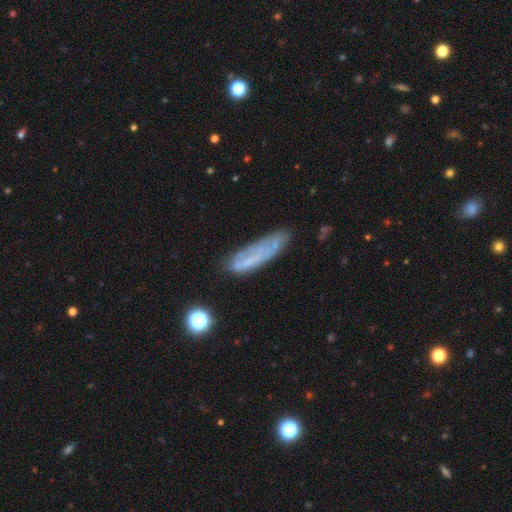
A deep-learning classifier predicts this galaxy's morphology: smooth_or_featured: smooth (p=0.47) [alt: featured or disk p=0.41]
merging: none (p=0.57) [alt: minor disturbance p=0.26]